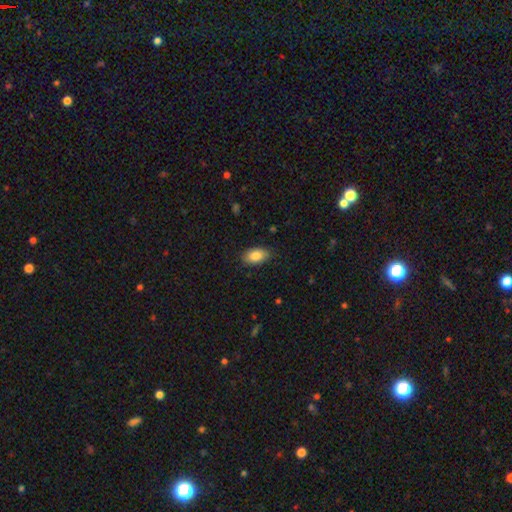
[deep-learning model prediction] Morphology: type=smooth (85%); roundness=in between (92%); merging=none (85%).